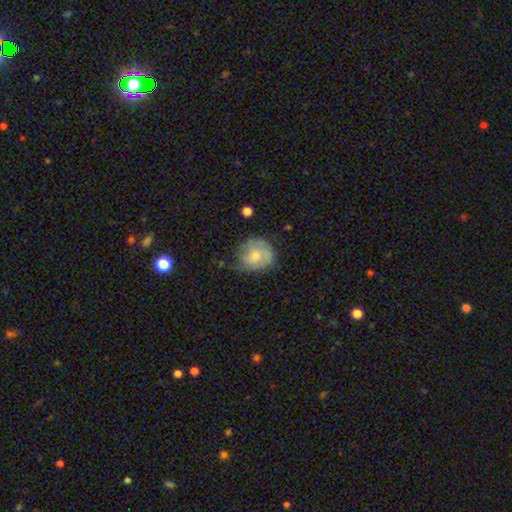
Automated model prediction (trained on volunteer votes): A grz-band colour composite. It shows a smooth galaxy with no disk features (60%) that is round (74%). Merging: none (53%).